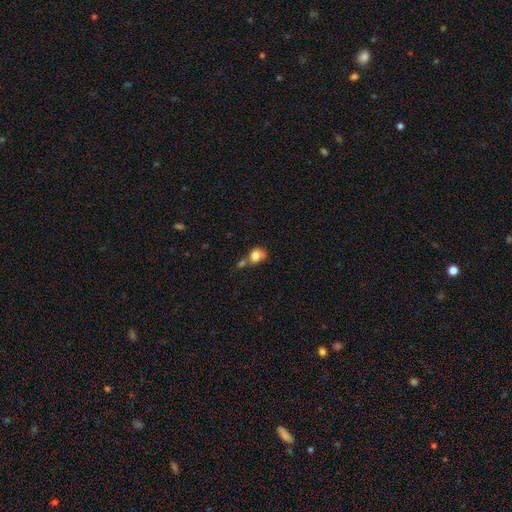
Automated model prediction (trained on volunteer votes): Smooth or featured: smooth — 78% (featured or disk — 13%)
How rounded: round — 53% (in between — 45%)
Merging: merger — 41% (none — 31%)